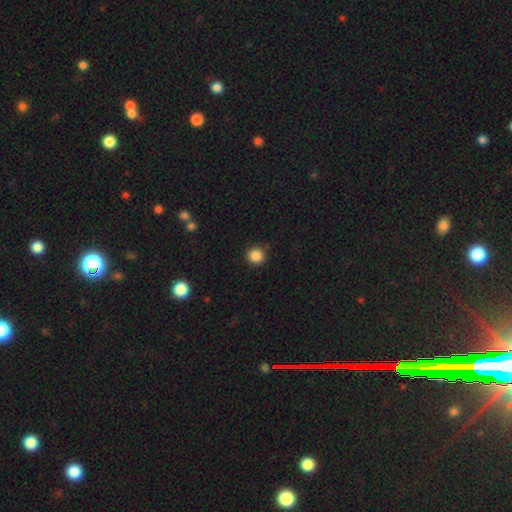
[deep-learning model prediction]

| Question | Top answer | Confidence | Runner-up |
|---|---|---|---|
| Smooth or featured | smooth | 86% | star or artifact (11%) |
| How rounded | round | 94% | in between (5%) |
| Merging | none | 89% | minor disturbance (7%) |